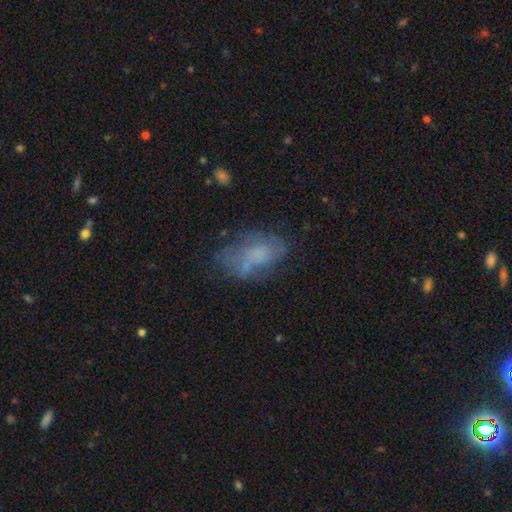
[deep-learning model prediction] Smooth or featured?
  - smooth: 52% *
  - featured or disk: 36%
  - star or artifact: 11%
How rounded?
  - in between: 89% *
  - round: 8%
  - cigar-shaped: 3%
Merging?
  - none: 42% *
  - minor disturbance: 27%
  - major disturbance: 21%
  - merger: 9%